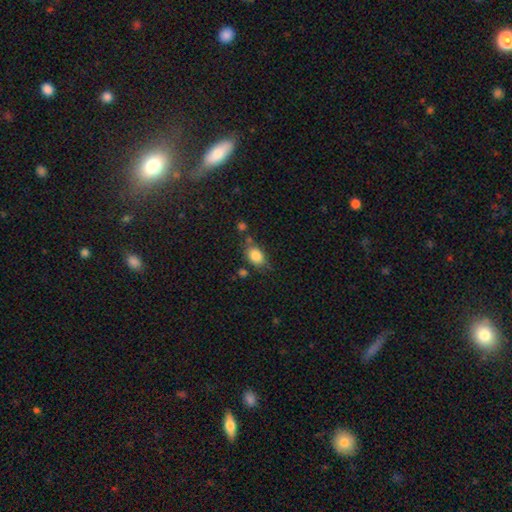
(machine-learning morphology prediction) Q: Smooth or featured?
A: smooth (84%); runner-up: star or artifact (9%)
Q: How rounded?
A: in between (76%); runner-up: round (23%)
Q: Merging?
A: none (65%); runner-up: minor disturbance (20%)